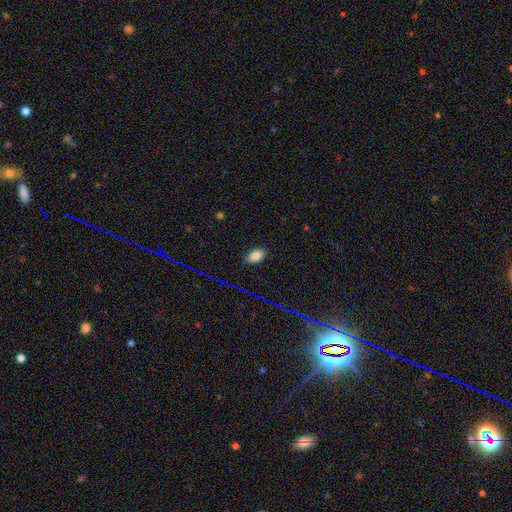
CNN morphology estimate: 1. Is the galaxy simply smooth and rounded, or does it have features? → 79% smooth, 12% star or artifact, 9% featured or disk.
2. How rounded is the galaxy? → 92% in between, 6% round, 2% cigar-shaped.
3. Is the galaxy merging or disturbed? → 87% none, 10% minor disturbance, 2% major disturbance, 1% merger.